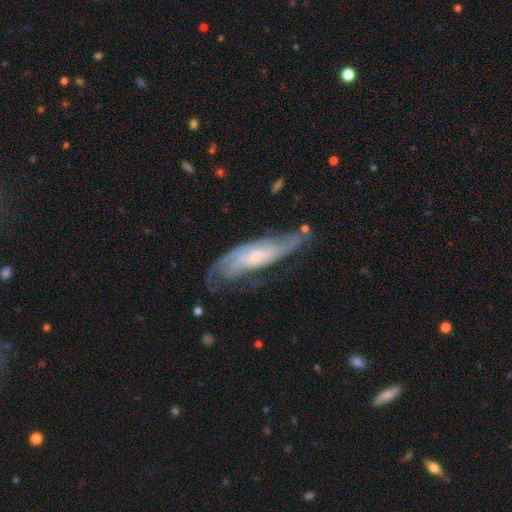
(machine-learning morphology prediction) Overall: featured or disk (80%). Edge-on disk: no (81%). Bar: no (54%; weak 36%). Spiral arms: yes (93%). Spiral arm count: 2 (41%; can't tell 32%). Spiral winding: medium (42%, tied with tight). Bulge size: small (53%; moderate 30%). Merging: none (59%; minor disturbance 23%).